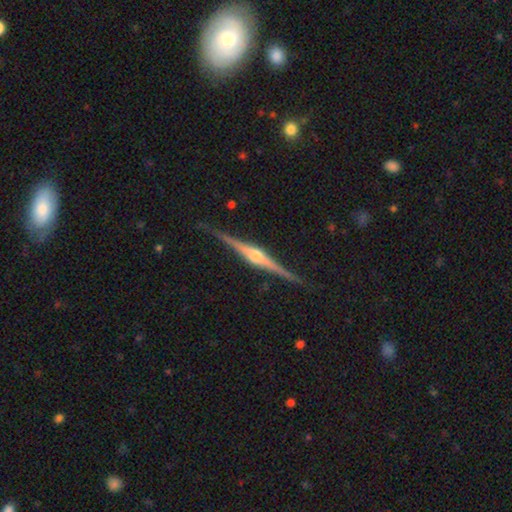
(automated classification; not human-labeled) This is clearly a featured or disk galaxy (87%). It is clearly viewed edge-on (99%). Edge-on bulge: clearly rounded (91%). Merging: clearly none (89%).